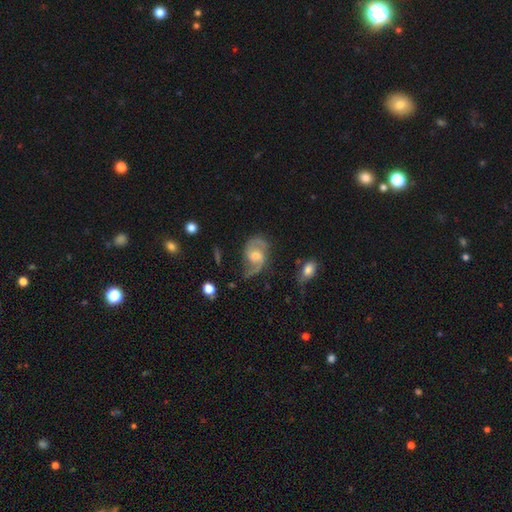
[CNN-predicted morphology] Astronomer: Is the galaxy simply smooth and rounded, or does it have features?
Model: featured or disk — 85%.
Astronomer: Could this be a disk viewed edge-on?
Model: no — 97%.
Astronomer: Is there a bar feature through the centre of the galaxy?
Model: no — 53% (runner-up: weak, 39%).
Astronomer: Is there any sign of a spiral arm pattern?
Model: yes — 96%.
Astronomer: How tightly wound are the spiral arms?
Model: medium — 48% (runner-up: loose, 37%).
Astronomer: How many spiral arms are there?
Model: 2 — 88%.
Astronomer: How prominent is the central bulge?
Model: moderate — 56% (runner-up: small, 36%).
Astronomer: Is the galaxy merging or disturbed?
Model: none — 61%.